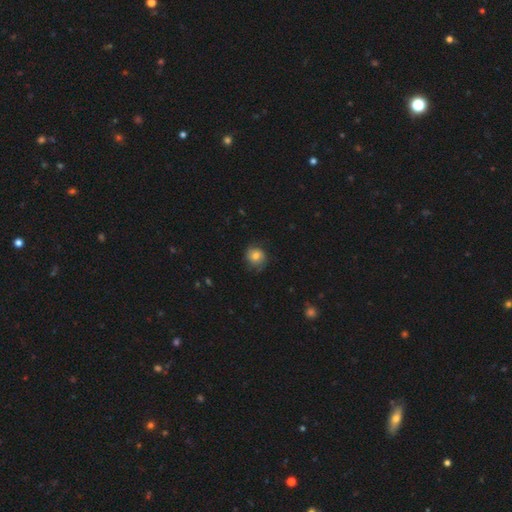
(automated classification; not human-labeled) Smooth or featured?
  - smooth: 68% *
  - featured or disk: 23%
  - star or artifact: 10%
How rounded?
  - round: 83% *
  - in between: 16%
  - cigar-shaped: 1%
Merging?
  - none: 72% *
  - minor disturbance: 20%
  - major disturbance: 7%
  - merger: 1%